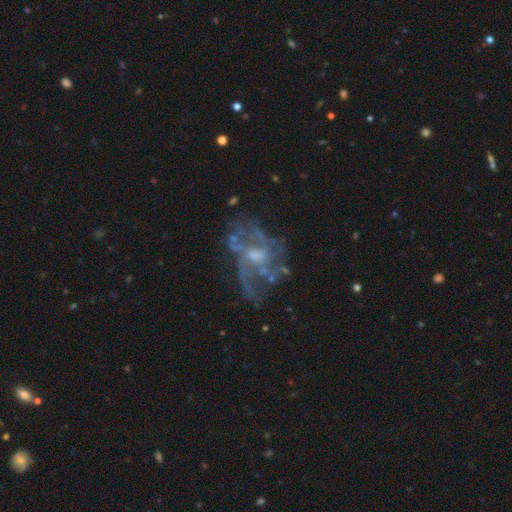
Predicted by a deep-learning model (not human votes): Morphology: type=featured or disk (81%); edge-on=no (97%); bar=no (55%); spiral arms=yes (65%); winding=loose (50%); arm count=can't tell (40%); bulge=small (41%, tied with moderate); merging=none (47%).